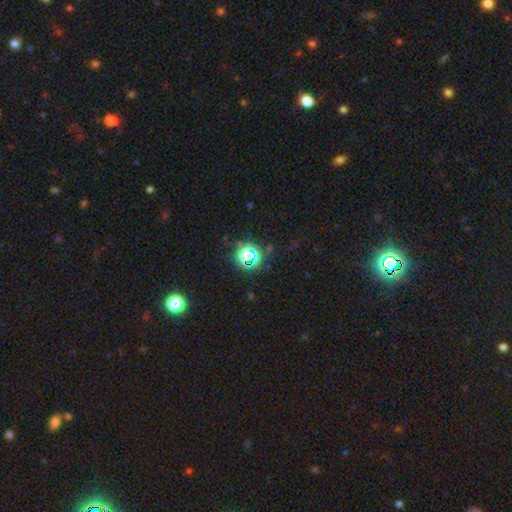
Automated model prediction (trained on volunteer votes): Smooth or featured? Predicted: star or artifact (p=0.69).